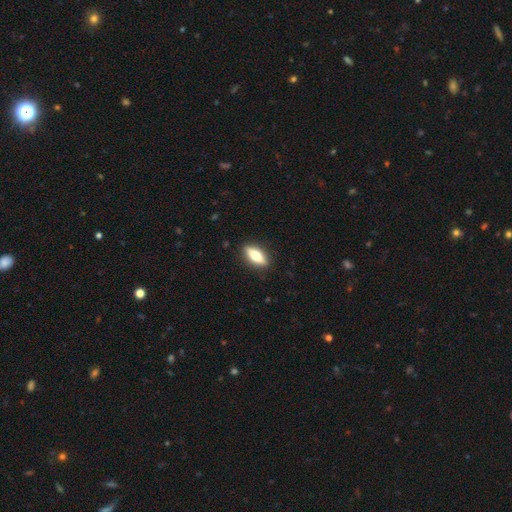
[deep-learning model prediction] smooth 61%, featured or disk 33%, star or artifact 6%. Down the decision tree: how rounded — in between (71%); merging — none (88%).